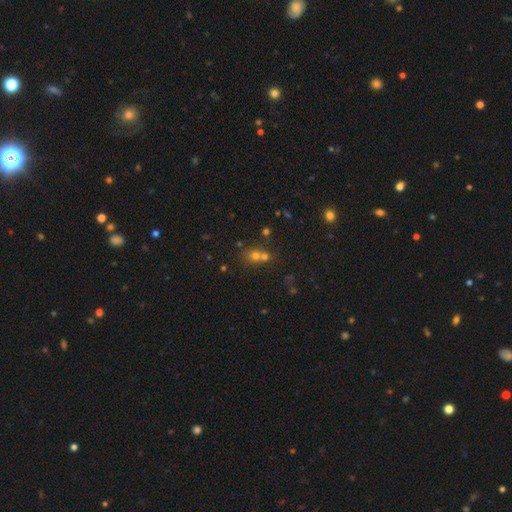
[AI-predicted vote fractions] Smooth or featured?
  - smooth: 61% *
  - star or artifact: 24%
  - featured or disk: 15%
How rounded?
  - round: 75% *
  - in between: 23%
  - cigar-shaped: 1%
Merging?
  - merger: 48% *
  - none: 41%
  - minor disturbance: 7%
  - major disturbance: 3%